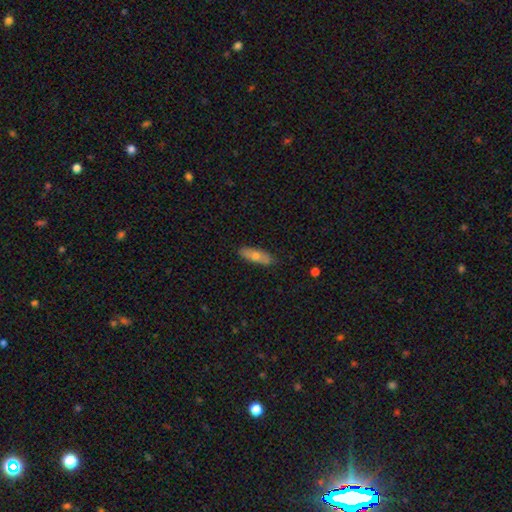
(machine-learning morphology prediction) Smooth or featured?
  - smooth: 59% *
  - featured or disk: 34%
  - star or artifact: 7%
How rounded?
  - in between: 52% *
  - cigar-shaped: 45%
  - round: 3%
Merging?
  - none: 86% *
  - minor disturbance: 11%
  - major disturbance: 2%
  - merger: 1%